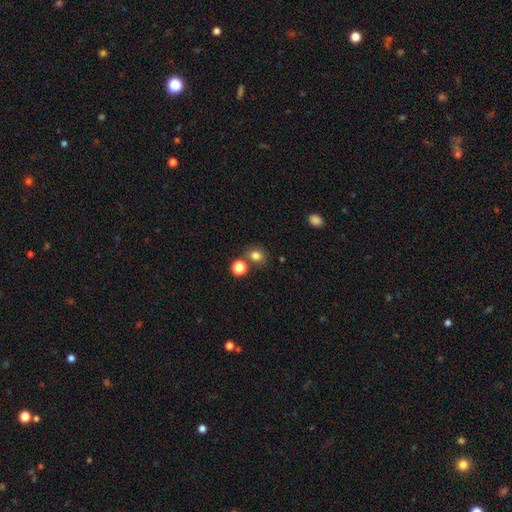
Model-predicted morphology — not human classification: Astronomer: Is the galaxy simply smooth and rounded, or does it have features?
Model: smooth — 80%.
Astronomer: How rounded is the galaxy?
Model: round — 66%.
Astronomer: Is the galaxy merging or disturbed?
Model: none — 71%.